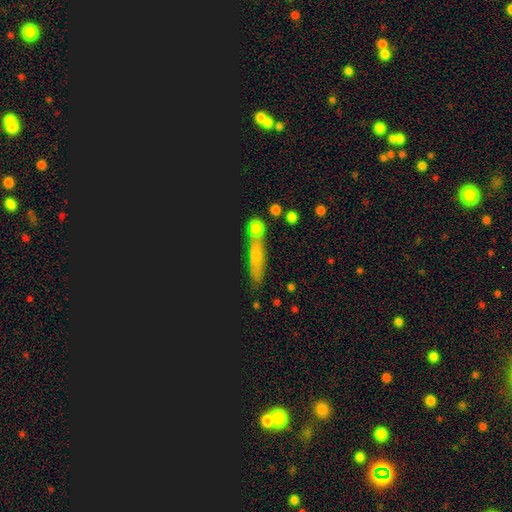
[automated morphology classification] The model was most divided on "smooth or featured": smooth: 50%, star or artifact: 32%, featured or disk: 18%. More confident: merging — none (67%); how rounded — cigar-shaped (65%).